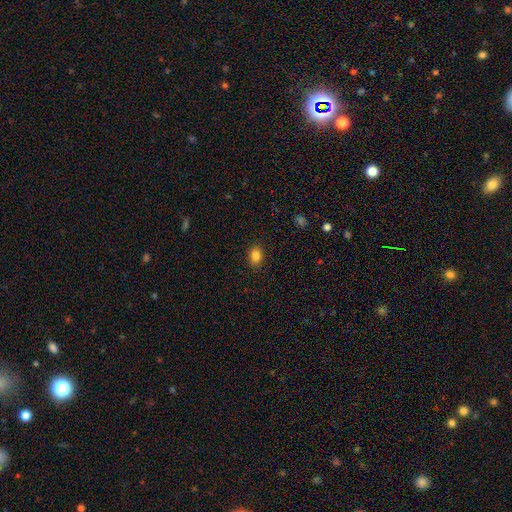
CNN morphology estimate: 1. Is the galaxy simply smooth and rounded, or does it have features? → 84% smooth, 10% star or artifact, 5% featured or disk.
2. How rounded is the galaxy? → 65% in between, 34% round, 1% cigar-shaped.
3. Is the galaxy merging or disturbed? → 88% none, 8% minor disturbance, 2% major disturbance, 1% merger.